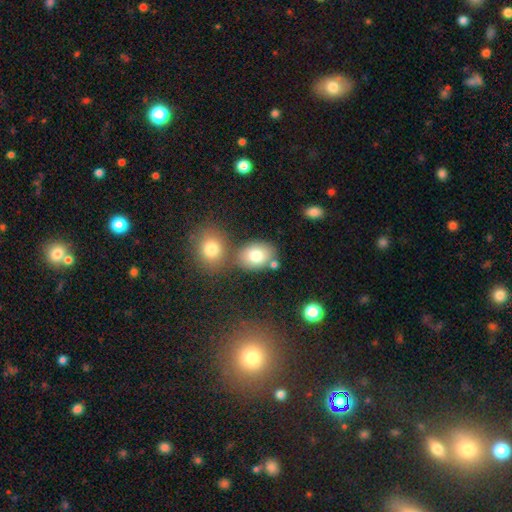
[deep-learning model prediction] Smooth or featured?
  - smooth: 79% *
  - featured or disk: 11%
  - star or artifact: 10%
How rounded?
  - in between: 62% *
  - round: 37%
  - cigar-shaped: 1%
Merging?
  - none: 64% *
  - merger: 20%
  - minor disturbance: 12%
  - major disturbance: 4%